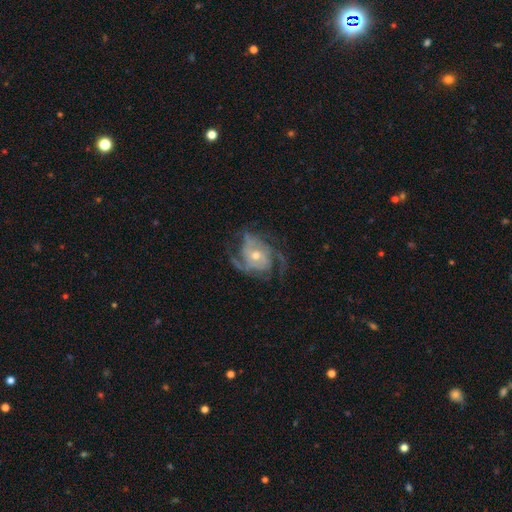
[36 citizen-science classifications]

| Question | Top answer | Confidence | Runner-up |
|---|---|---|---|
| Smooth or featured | featured or disk | 83% | smooth (11%) |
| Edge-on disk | no | 100% | — |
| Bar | no | 70% | weak (20%) |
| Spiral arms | yes | 97% | no (3%) |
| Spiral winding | medium | 52% | tight (28%) |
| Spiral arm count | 3 | 55% | 2 (24%) |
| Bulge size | moderate | 60% | small (37%) |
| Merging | none | 62% | minor disturbance (21%) |